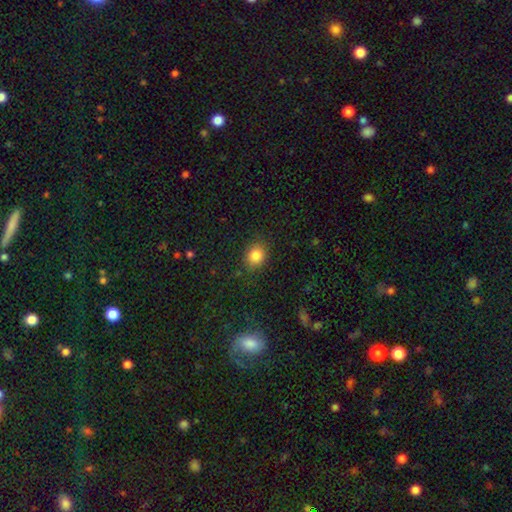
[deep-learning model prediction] Smooth or featured?
  - smooth: 83% *
  - star or artifact: 11%
  - featured or disk: 6%
How rounded?
  - round: 62% *
  - in between: 37%
  - cigar-shaped: 1%
Merging?
  - none: 85% *
  - minor disturbance: 10%
  - major disturbance: 3%
  - merger: 1%